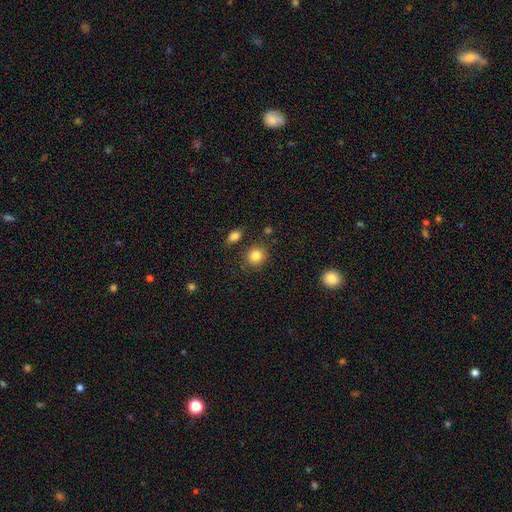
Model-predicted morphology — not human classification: This is clearly a smooth galaxy (85%). How rounded: clearly round (81%). Merging: clearly none (82%).